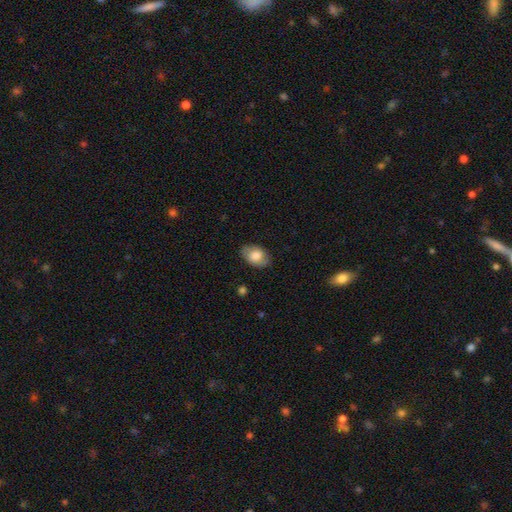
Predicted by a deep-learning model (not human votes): Smooth or featured? smooth (77%)
How rounded? in between (89%)
Merging? none (83%)